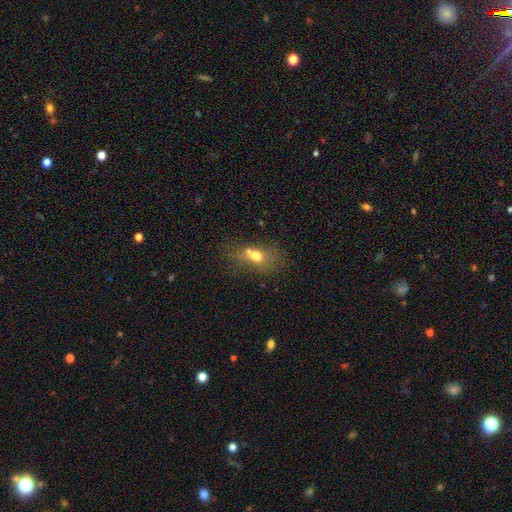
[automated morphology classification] A smooth galaxy with no disk features (62%) that is in between round and cigar-shaped (59%). Merging: merger (37%).